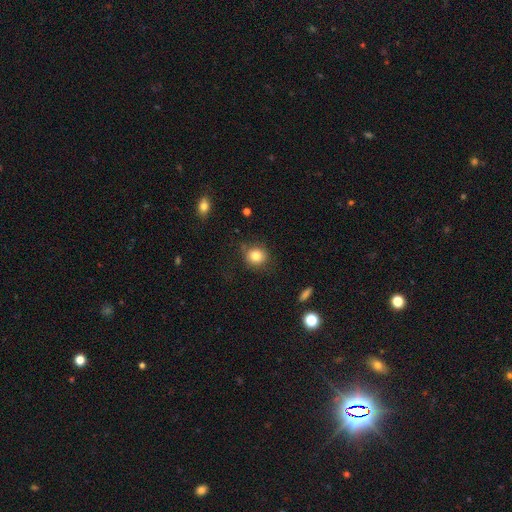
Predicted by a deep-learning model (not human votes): This is clearly a smooth galaxy (82%). How rounded: clearly round (83%). Merging: likely none (78%).